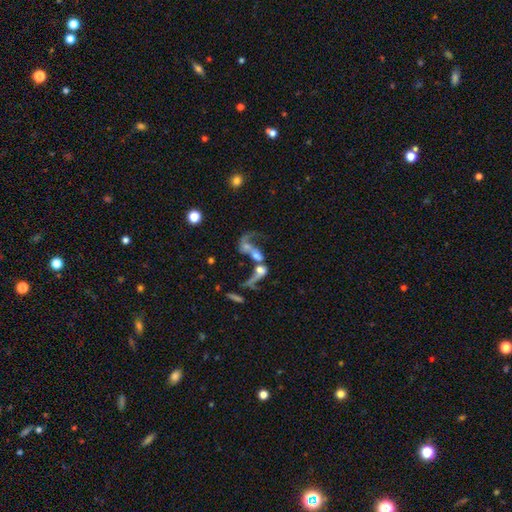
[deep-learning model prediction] featured or disk 62%, smooth 23%, star or artifact 15%. Down the decision tree: edge-on disk — no (92%); bar — no (68%); spiral arms — yes (61%); bulge size — moderate (30%, tied with small); merging — merger (62%).